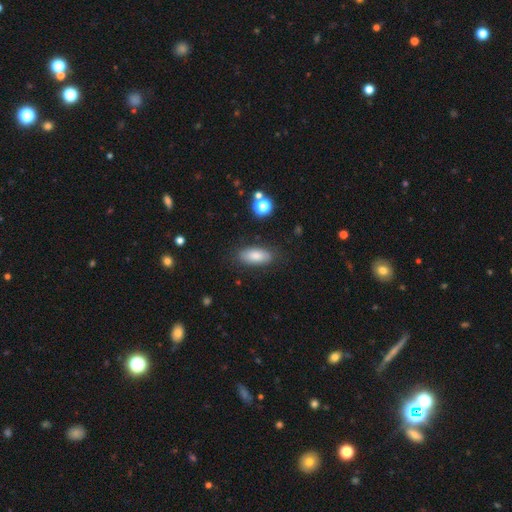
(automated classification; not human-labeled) smooth 81%, featured or disk 11%, star or artifact 8%. Down the decision tree: how rounded — in between (86%); merging — none (83%).